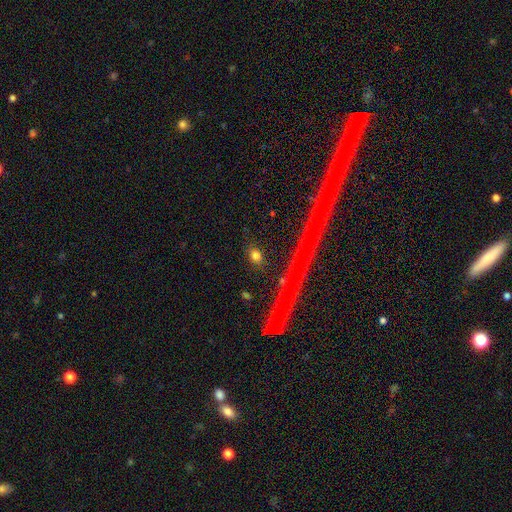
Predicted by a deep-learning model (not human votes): Overall: smooth (75%). How rounded: round (62%; in between 33%). Merging: none (87%).